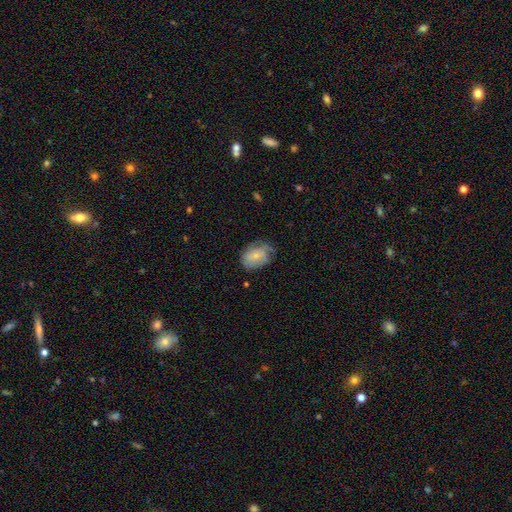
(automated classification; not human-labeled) This is possibly a smooth galaxy (55%). How rounded: likely in between (79%). Merging: possibly none (58%).